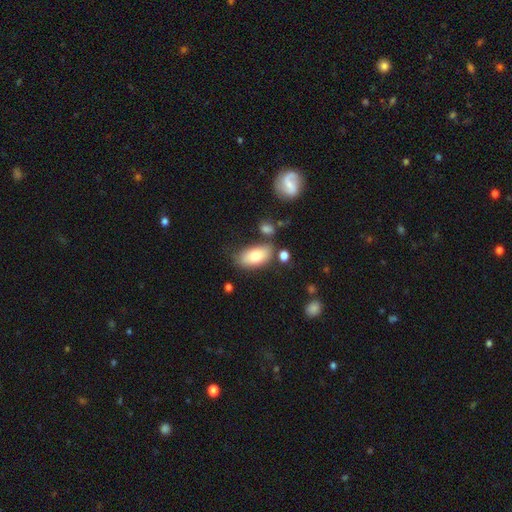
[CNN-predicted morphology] Q: Smooth or featured?
A: smooth (77%); runner-up: featured or disk (16%)
Q: How rounded?
A: in between (92%); runner-up: cigar-shaped (4%)
Q: Merging?
A: none (67%); runner-up: minor disturbance (19%)